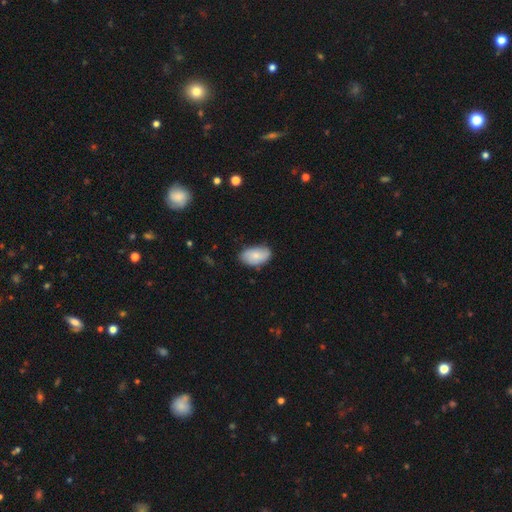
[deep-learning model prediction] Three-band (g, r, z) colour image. It shows a smooth galaxy with no disk features (81%) that is in between round and cigar-shaped (94%). Merging: none (74%).